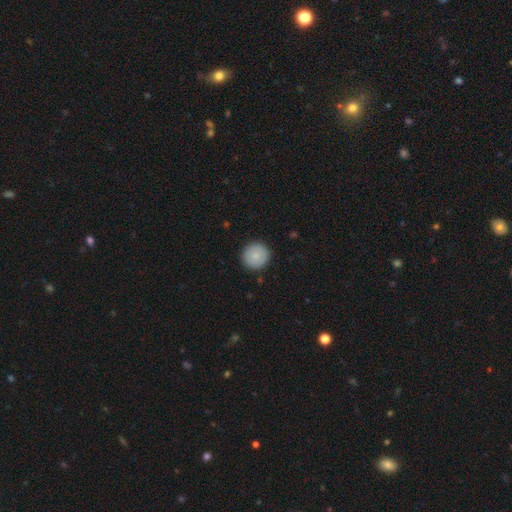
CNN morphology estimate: Overall: smooth (86%). How rounded: round (94%). Merging: none (91%).